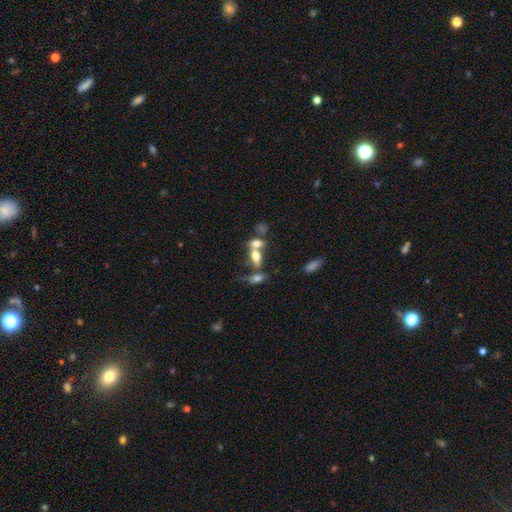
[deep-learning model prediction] The model was most divided on "merging": merger: 51%, none: 29%, minor disturbance: 10%, major disturbance: 9%. More confident: how rounded — in between (76%); smooth or featured — smooth (61%).